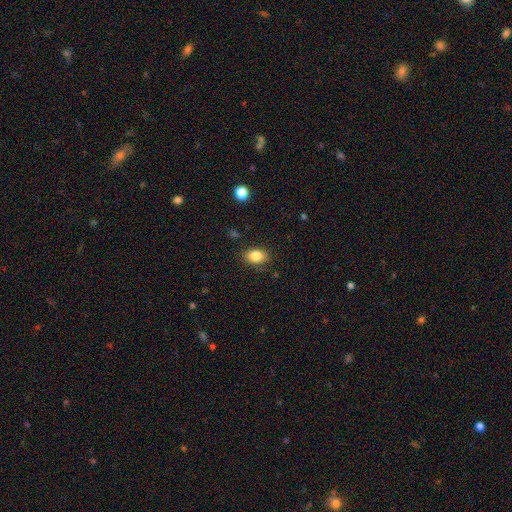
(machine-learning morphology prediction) Smooth or featured? Predicted: smooth (p=0.84). How rounded? Predicted: in between (p=0.79). Merging? Predicted: none (p=0.83).